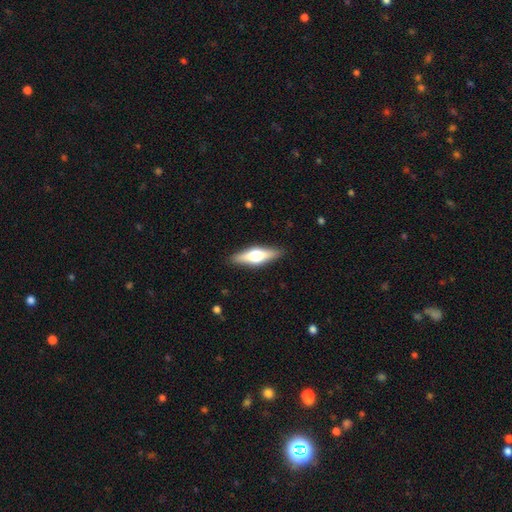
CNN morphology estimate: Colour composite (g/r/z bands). It shows a featured or disk galaxy (55%) viewed edge-on (94%) with a rounded central bulge (94%). Merging: none (89%).